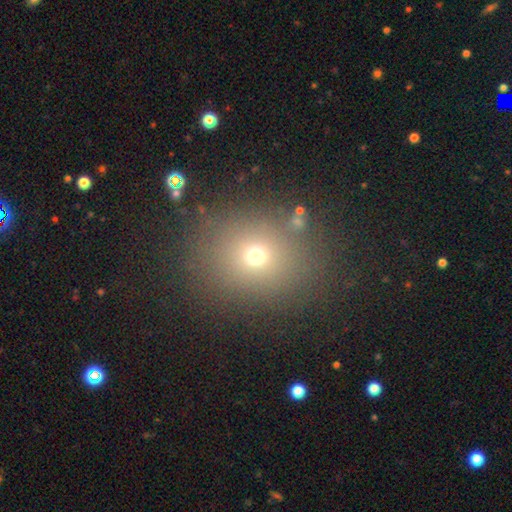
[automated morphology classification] A smooth galaxy with no disk features (67%) that is round (66%).

Vote fractions:
- Smooth or featured? smooth: 67% / star or artifact: 22% / featured or disk: 11%
- How rounded? round: 66% / in between: 33% / cigar-shaped: 1%
- Merging? none: 83% / minor disturbance: 9% / major disturbance: 5% / merger: 3%